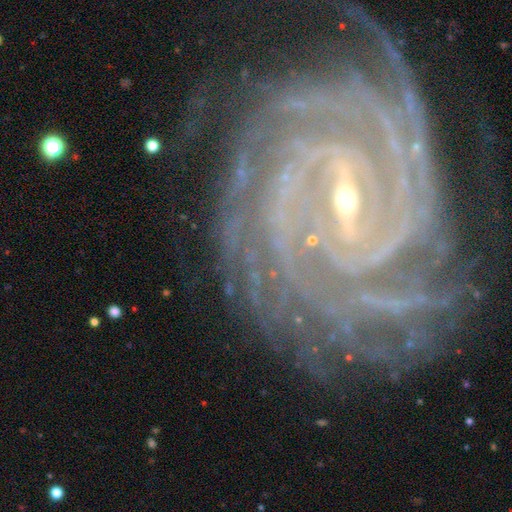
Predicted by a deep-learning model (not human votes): Smooth or featured? featured or disk (91%)
Edge-on disk? no (97%)
Bar? strong (56%)
Spiral arms? yes (98%)
Spiral winding? tight (82%)
Spiral arm count? more than 4 (21%)
Bulge size? small (74%)
Merging? none (76%)